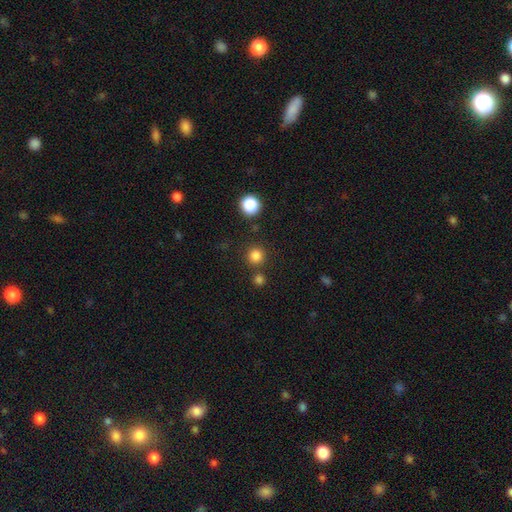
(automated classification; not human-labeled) Q: Smooth or featured?
A: smooth (82%); runner-up: star or artifact (14%)
Q: How rounded?
A: round (94%); runner-up: in between (5%)
Q: Merging?
A: none (84%); runner-up: merger (7%)